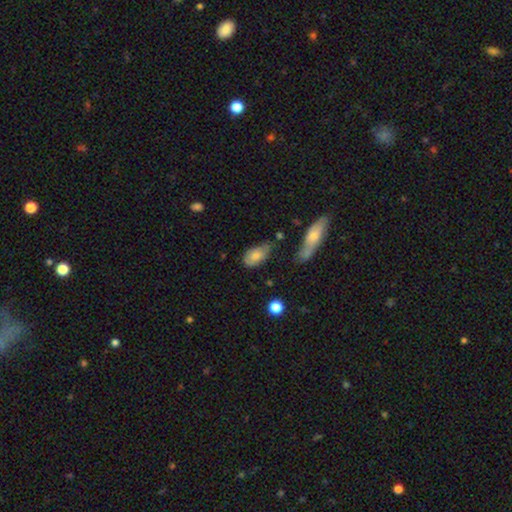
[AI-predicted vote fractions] Smooth or featured: smooth — 73% (featured or disk — 19%)
How rounded: in between — 88% (round — 6%)
Merging: none — 44% (minor disturbance — 37%)